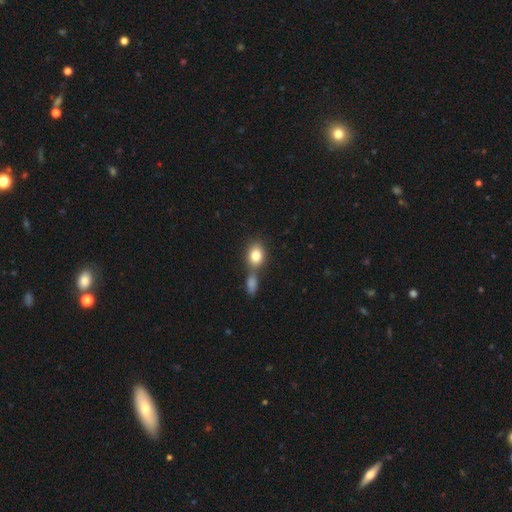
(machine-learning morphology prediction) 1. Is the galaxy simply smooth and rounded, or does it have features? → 81% smooth, 9% featured or disk, 9% star or artifact.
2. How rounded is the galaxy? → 55% in between, 43% round, 2% cigar-shaped.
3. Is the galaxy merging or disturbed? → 49% none, 37% merger, 11% minor disturbance, 4% major disturbance.